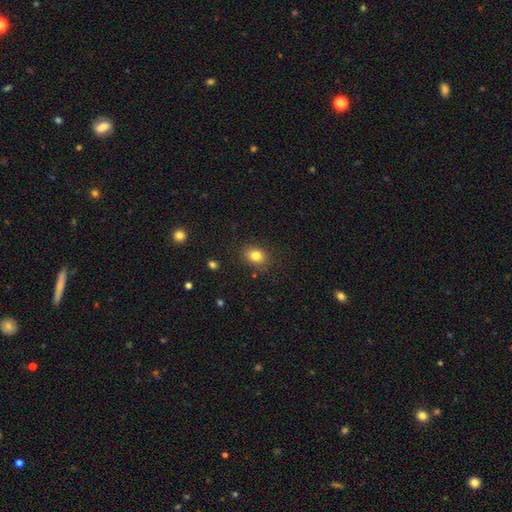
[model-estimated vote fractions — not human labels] This is clearly a smooth galaxy (81%). How rounded: possibly in between (53%). Merging: clearly none (83%).